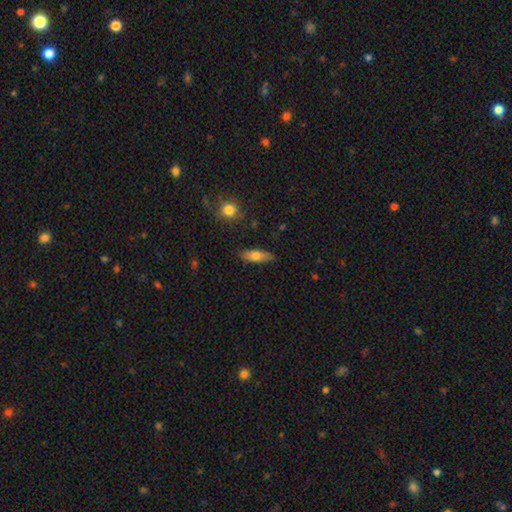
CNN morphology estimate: A smooth galaxy with no disk features (69%) that is in between round and cigar-shaped (62%). Merging: none (83%).